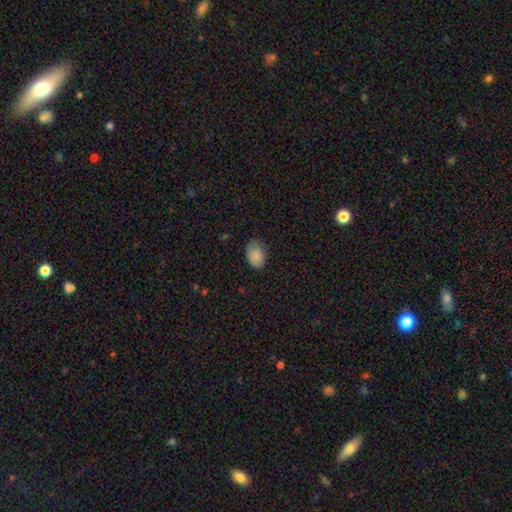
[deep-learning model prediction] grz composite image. It shows a smooth galaxy with no disk features (85%) that is in between round and cigar-shaped (80%). Merging: none (71%).